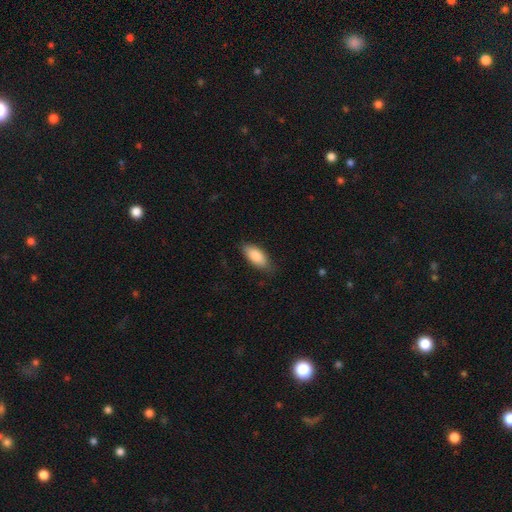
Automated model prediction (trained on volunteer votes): Q: Smooth or featured?
A: smooth (85%); runner-up: featured or disk (9%)
Q: How rounded?
A: in between (88%); runner-up: cigar-shaped (10%)
Q: Merging?
A: none (79%); runner-up: minor disturbance (17%)